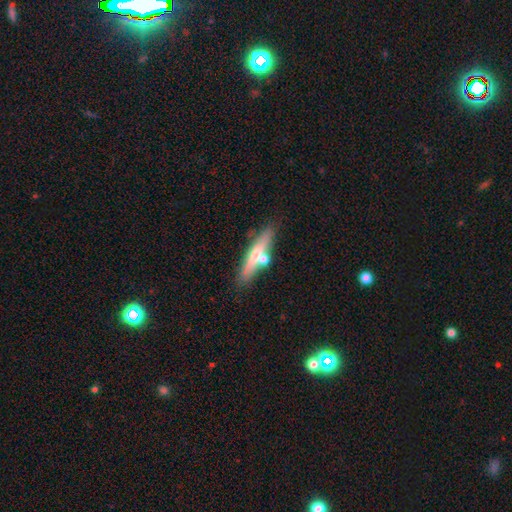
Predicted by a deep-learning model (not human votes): This is possibly a smooth galaxy (50%). Merging: likely none (72%).